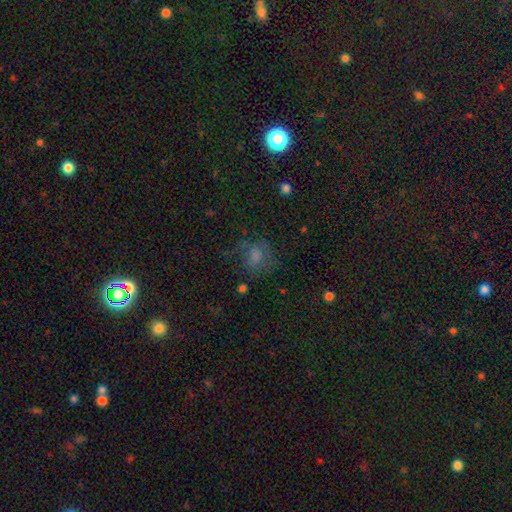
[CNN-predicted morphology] This appears to be a smooth galaxy with no disk features (63%) that is round (53%). Merging: none (51%).